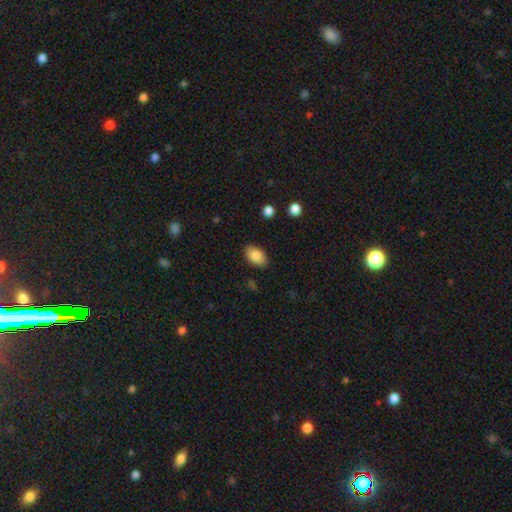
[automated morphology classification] A smooth galaxy with no disk features (86%) that is in between round and cigar-shaped (91%). Merging: none (86%).